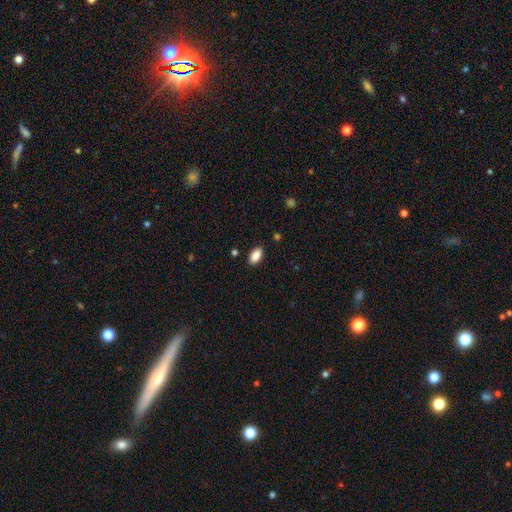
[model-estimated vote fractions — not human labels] Smooth or featured: smooth — 88% (star or artifact — 7%)
How rounded: in between — 93% (cigar-shaped — 4%)
Merging: none — 88% (minor disturbance — 9%)